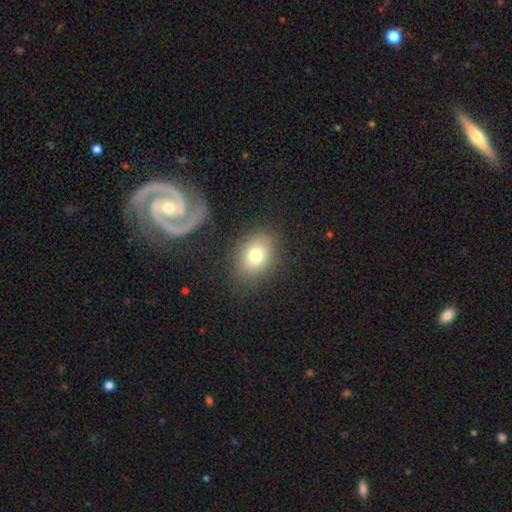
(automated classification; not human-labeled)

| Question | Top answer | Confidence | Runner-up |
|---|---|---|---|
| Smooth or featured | smooth | 76% | featured or disk (13%) |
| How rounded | in between | 66% | round (33%) |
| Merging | none | 81% | minor disturbance (11%) |